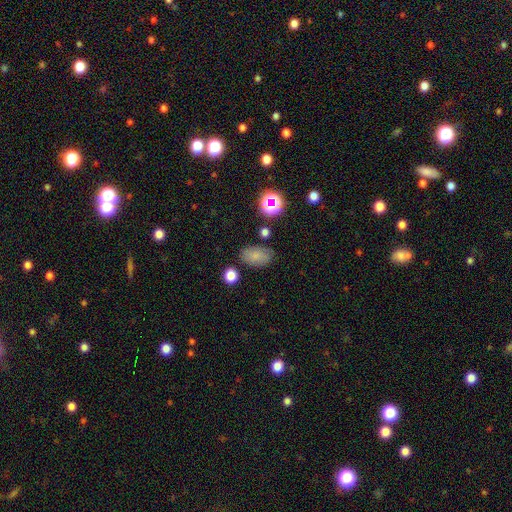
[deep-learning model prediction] A smooth galaxy with no disk features (77%) that is in between round and cigar-shaped (89%). Merging: none (74%).